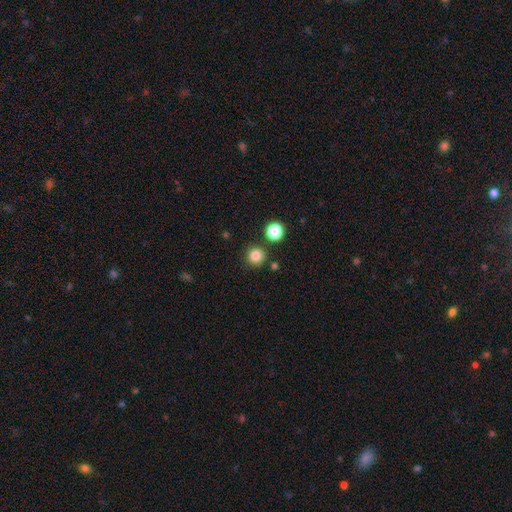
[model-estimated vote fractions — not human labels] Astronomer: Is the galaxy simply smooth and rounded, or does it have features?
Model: smooth — 84%.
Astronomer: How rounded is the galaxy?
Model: round — 94%.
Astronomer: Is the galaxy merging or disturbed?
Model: none — 86%.